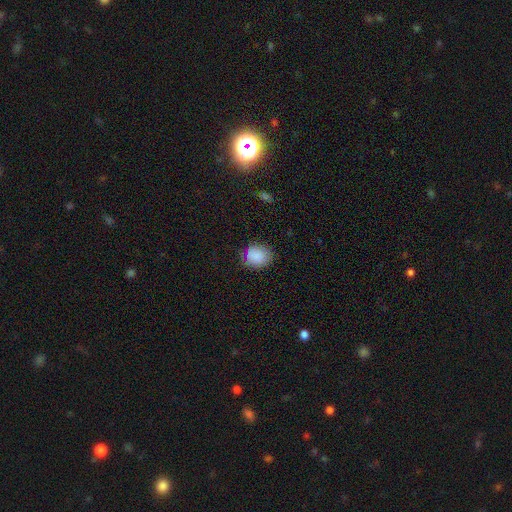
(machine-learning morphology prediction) Overall: smooth (86%). How rounded: round (62%; in between 37%). Merging: none (74%).